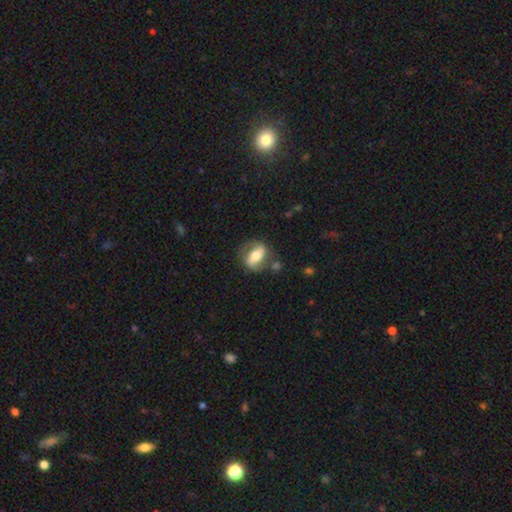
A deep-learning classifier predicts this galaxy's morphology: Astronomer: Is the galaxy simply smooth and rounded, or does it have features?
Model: featured or disk — 54% (runner-up: smooth, 39%).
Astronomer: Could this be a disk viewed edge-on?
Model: no — 85%.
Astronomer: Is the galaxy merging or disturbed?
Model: none — 68%.